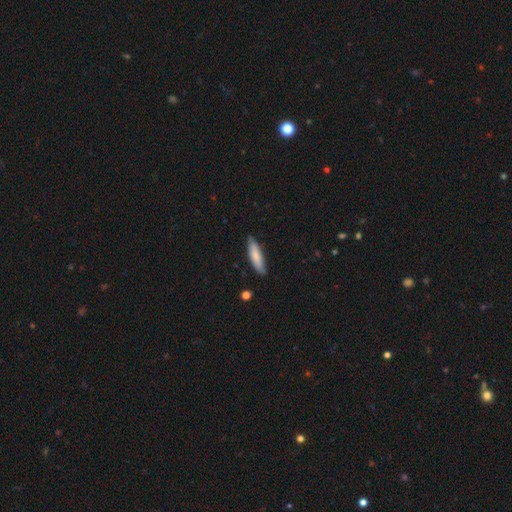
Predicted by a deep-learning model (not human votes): A smooth galaxy with no disk features (80%) that is cigar-shaped (70%). Merging: none (84%).